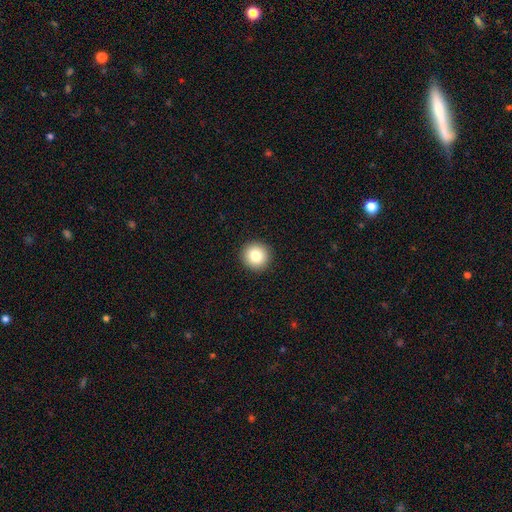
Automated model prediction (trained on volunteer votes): A smooth galaxy with no disk features (82%) that is round (95%). Merging: none (93%).